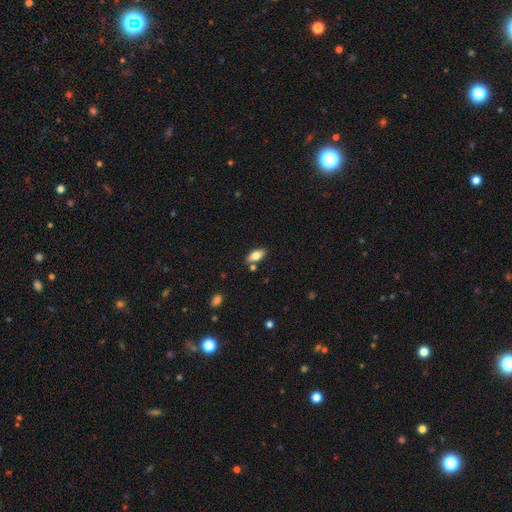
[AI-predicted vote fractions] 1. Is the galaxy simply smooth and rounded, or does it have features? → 74% smooth, 19% featured or disk, 7% star or artifact.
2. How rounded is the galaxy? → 88% in between, 9% cigar-shaped, 3% round.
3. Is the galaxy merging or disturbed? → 79% none, 12% minor disturbance, 7% merger, 2% major disturbance.